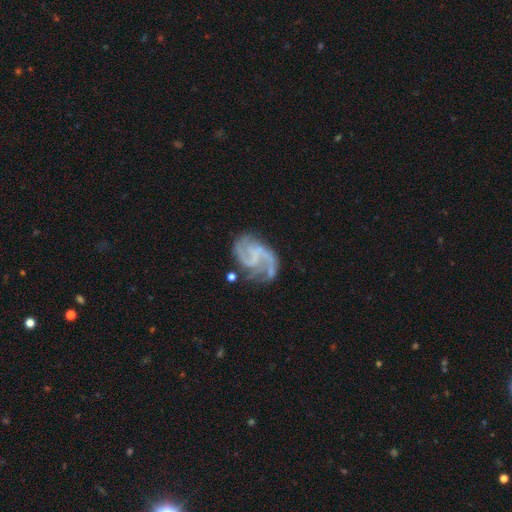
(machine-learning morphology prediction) Smooth or featured? featured or disk (87%)
Edge-on disk? no (98%)
Bar? weak (43%)
Spiral arms? yes (96%)
Spiral winding? medium (47%)
Spiral arm count? 2 (53%)
Bulge size? none (60%)
Merging? none (58%)